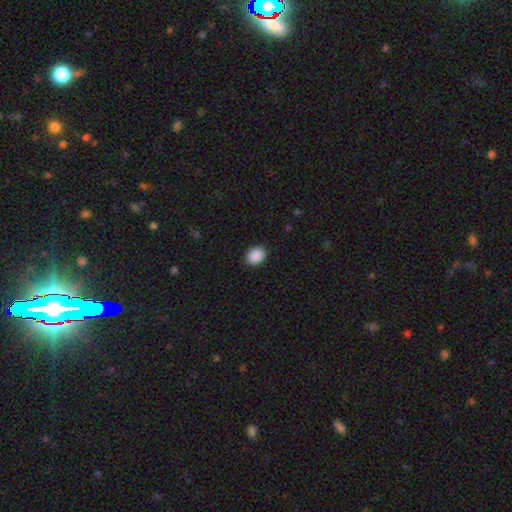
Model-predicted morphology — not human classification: A smooth galaxy with no disk features (90%) that is in between round and cigar-shaped (60%).

Vote fractions:
- Smooth or featured? smooth: 90% / star or artifact: 8% / featured or disk: 2%
- How rounded? in between: 60% / round: 39% / cigar-shaped: 1%
- Merging? none: 90% / minor disturbance: 7% / major disturbance: 2% / merger: 1%